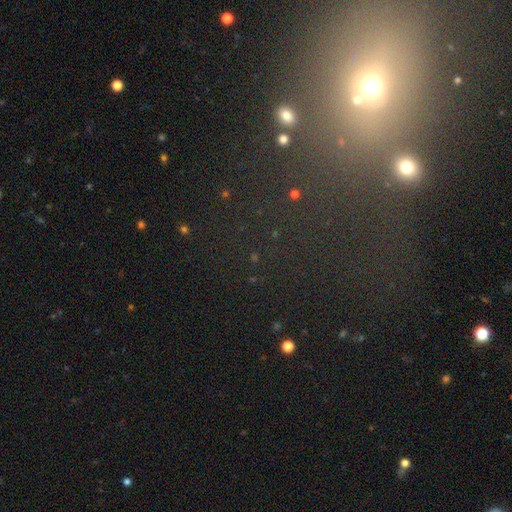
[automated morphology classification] Smooth or featured? star or artifact (60%)